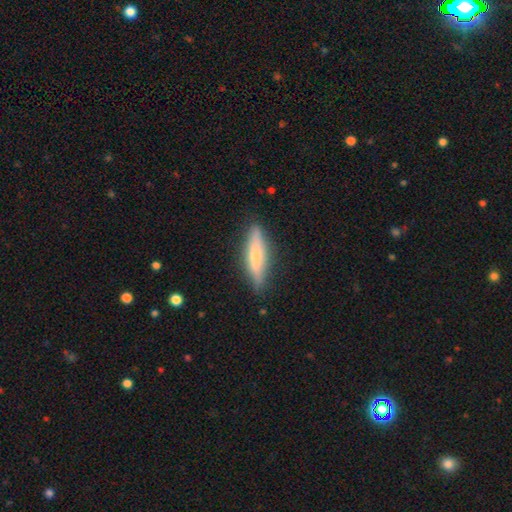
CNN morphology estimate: type=featured or disk (48%); merging=none (86%).